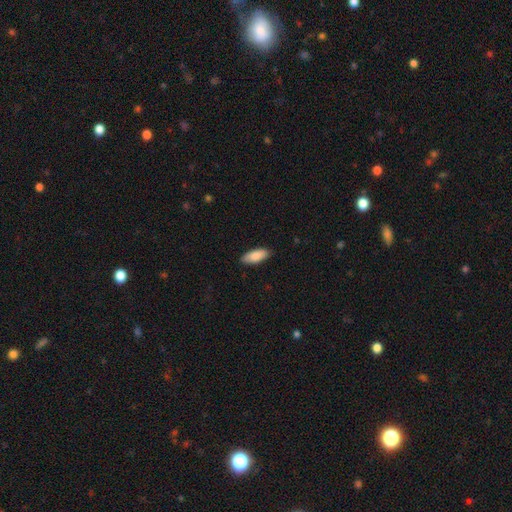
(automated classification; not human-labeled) smooth 87%, featured or disk 7%, star or artifact 6%. Down the decision tree: how rounded — in between (81%); merging — none (87%).